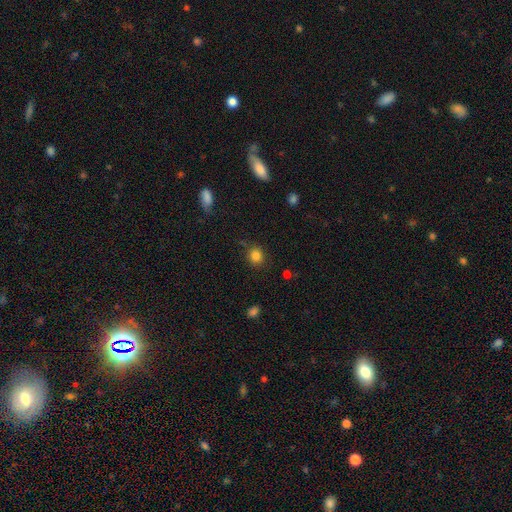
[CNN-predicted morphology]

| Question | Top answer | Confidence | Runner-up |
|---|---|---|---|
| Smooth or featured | smooth | 84% | star or artifact (12%) |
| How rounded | round | 83% | in between (16%) |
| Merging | none | 82% | minor disturbance (12%) |